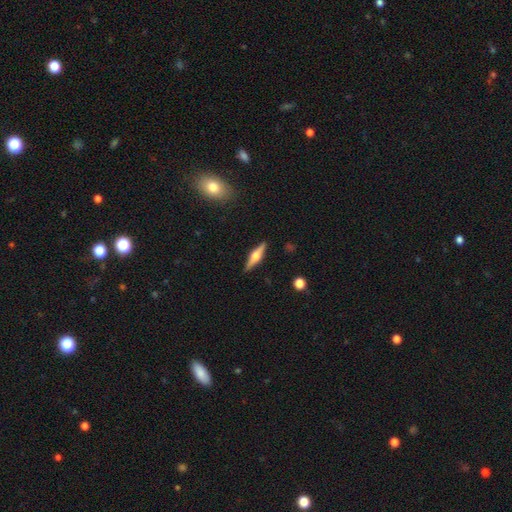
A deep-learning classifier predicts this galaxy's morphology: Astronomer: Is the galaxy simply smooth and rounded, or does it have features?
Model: featured or disk — 67%.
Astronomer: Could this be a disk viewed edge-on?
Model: yes — 97%.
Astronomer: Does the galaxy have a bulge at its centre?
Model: rounded — 94%.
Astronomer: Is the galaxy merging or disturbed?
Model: none — 90%.